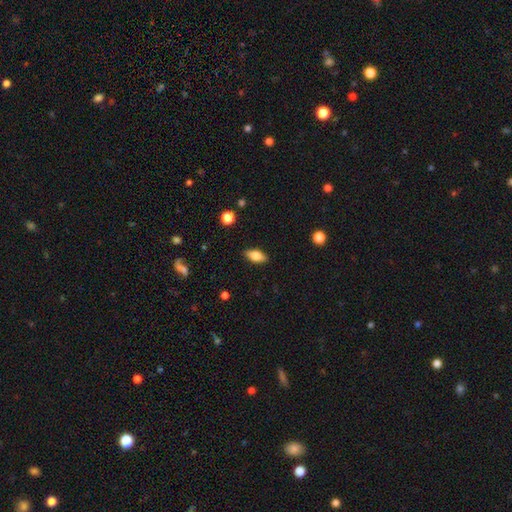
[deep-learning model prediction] This appears to be a smooth galaxy with no disk features (75%) that is in between round and cigar-shaped (85%). Merging: none (87%).